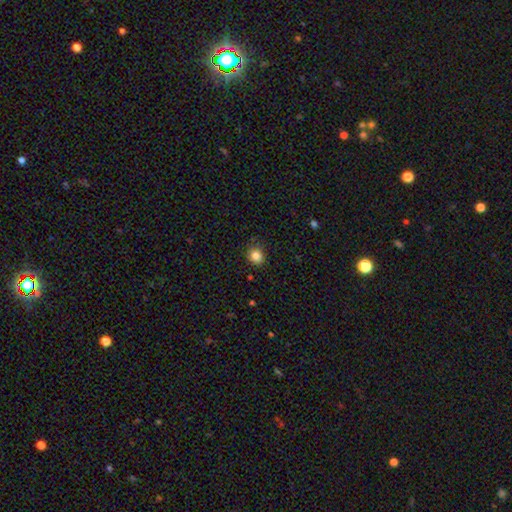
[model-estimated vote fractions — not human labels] A smooth galaxy with no disk features (84%) that is round (82%). Merging: none (88%).